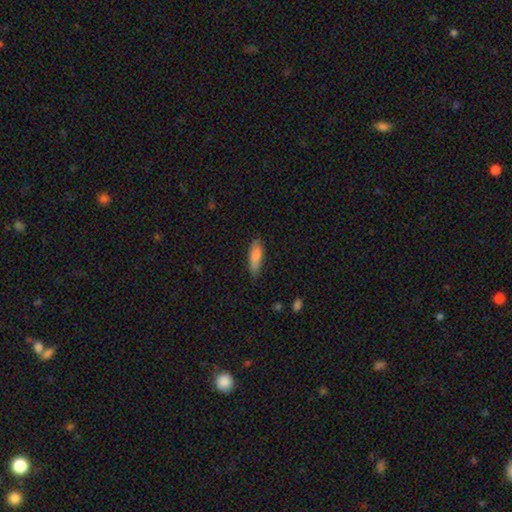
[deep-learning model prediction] smooth_or_featured: smooth (p=0.84) [alt: featured or disk p=0.10]
how_rounded: in between (p=0.53) [alt: cigar-shaped p=0.45]
merging: none (p=0.70) [alt: minor disturbance p=0.24]